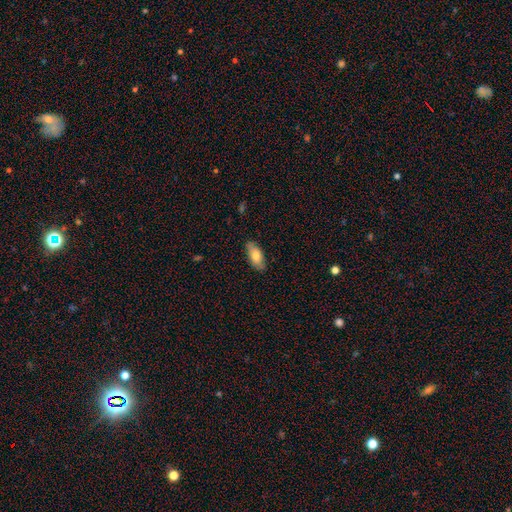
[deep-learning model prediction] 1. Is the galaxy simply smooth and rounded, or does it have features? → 76% smooth, 18% featured or disk, 6% star or artifact.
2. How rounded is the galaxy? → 86% in between, 12% cigar-shaped, 2% round.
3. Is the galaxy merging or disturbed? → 83% none, 13% minor disturbance, 2% major disturbance, 1% merger.